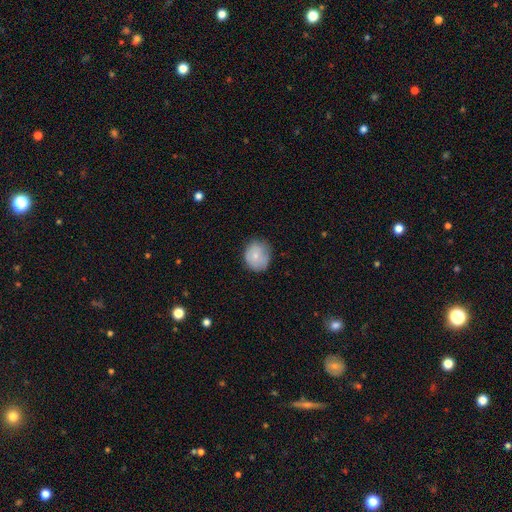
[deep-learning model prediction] smooth 74%, featured or disk 18%, star or artifact 8%. Down the decision tree: how rounded — round (78%); merging — none (70%).